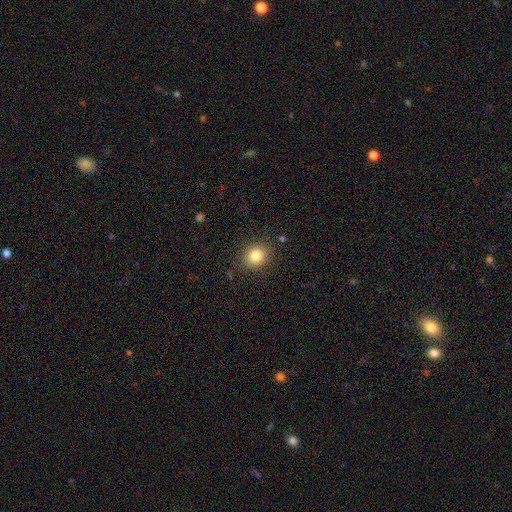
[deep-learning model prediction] smooth-or-featured: smooth: 82% | star or artifact: 11% | featured or disk: 7%
  how-rounded: round: 71% | in between: 28% | cigar-shaped: 1%
  merging: none: 85% | minor disturbance: 11% | major disturbance: 3% | merger: 1%